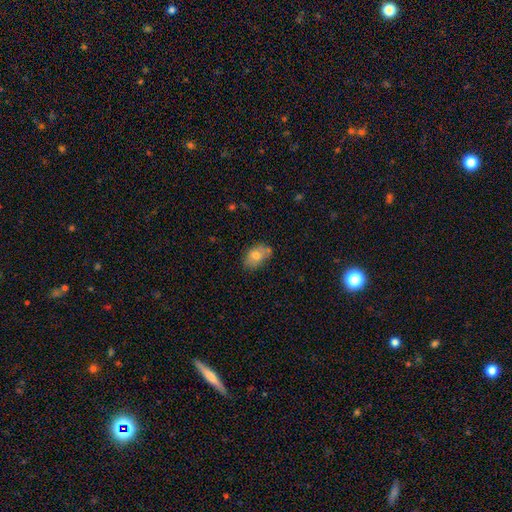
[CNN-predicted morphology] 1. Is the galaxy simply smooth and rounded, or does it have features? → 74% smooth, 18% featured or disk, 8% star or artifact.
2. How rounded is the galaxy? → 87% in between, 12% round, 2% cigar-shaped.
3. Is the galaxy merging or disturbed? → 63% none, 24% minor disturbance, 8% merger, 5% major disturbance.